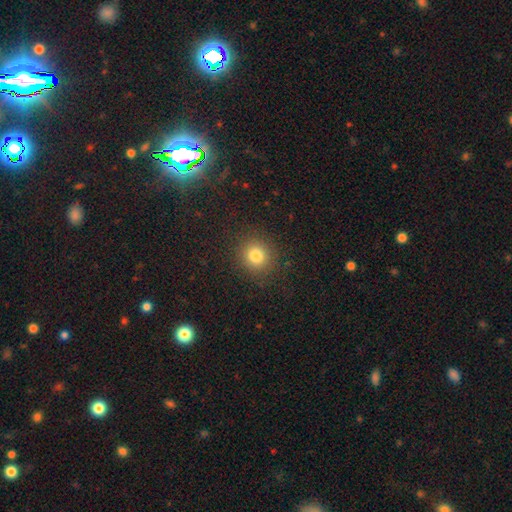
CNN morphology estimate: Overall: smooth (80%). How rounded: round (90%). Merging: none (89%).